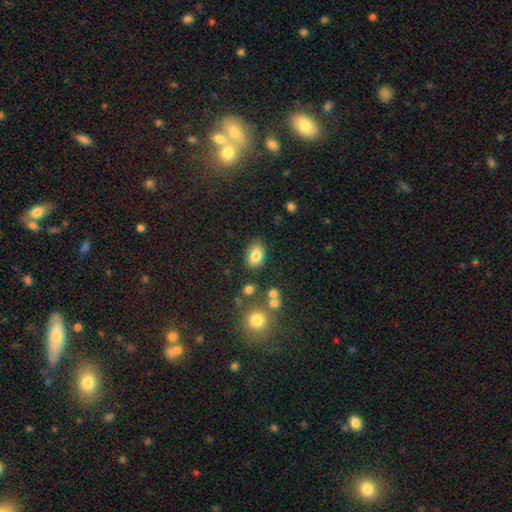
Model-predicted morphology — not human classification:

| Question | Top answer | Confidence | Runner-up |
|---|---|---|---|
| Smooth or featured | smooth | 82% | star or artifact (9%) |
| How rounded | in between | 84% | round (14%) |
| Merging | none | 80% | minor disturbance (12%) |